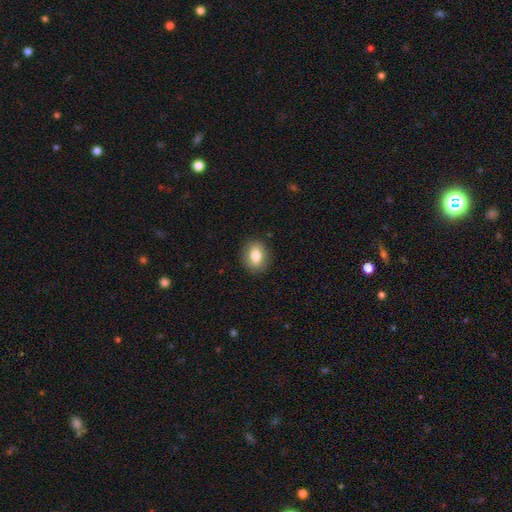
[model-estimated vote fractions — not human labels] Smooth or featured?
  - smooth: 80% *
  - featured or disk: 12%
  - star or artifact: 8%
How rounded?
  - in between: 60% *
  - round: 39%
  - cigar-shaped: 2%
Merging?
  - none: 87% *
  - minor disturbance: 9%
  - major disturbance: 3%
  - merger: 1%